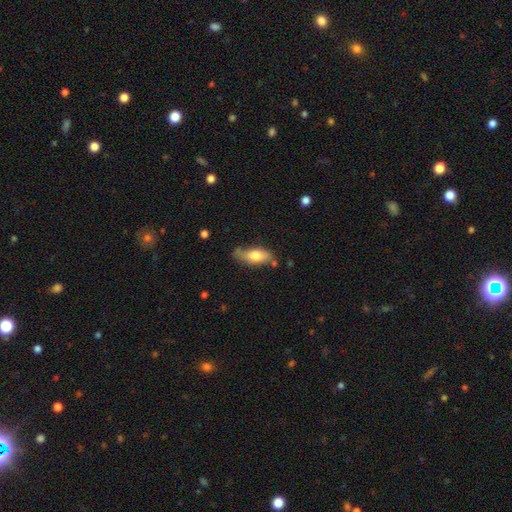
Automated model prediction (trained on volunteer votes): Q: Smooth or featured?
A: smooth (68%); runner-up: featured or disk (26%)
Q: How rounded?
A: in between (77%); runner-up: cigar-shaped (20%)
Q: Merging?
A: none (61%); runner-up: minor disturbance (27%)